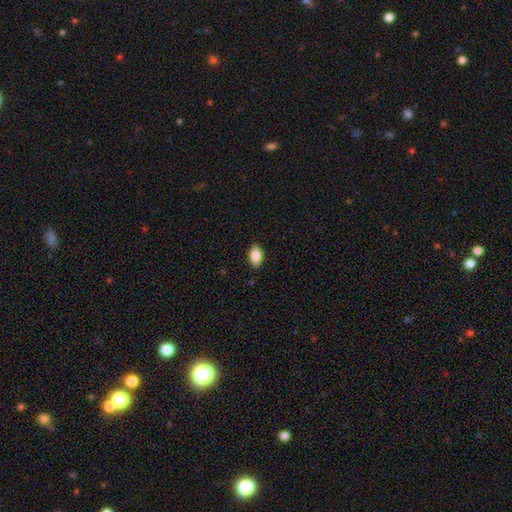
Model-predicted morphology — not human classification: Q: Smooth or featured?
A: smooth (85%); runner-up: featured or disk (8%)
Q: How rounded?
A: in between (91%); runner-up: round (6%)
Q: Merging?
A: none (88%); runner-up: minor disturbance (9%)